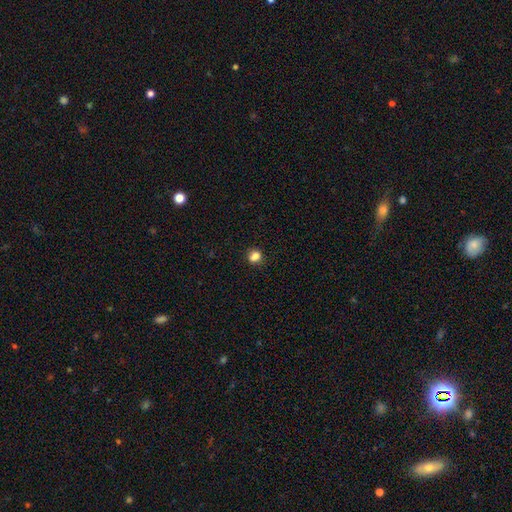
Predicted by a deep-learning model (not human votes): smooth-or-featured: smooth: 78% | star or artifact: 15% | featured or disk: 7%
  how-rounded: round: 68% | in between: 31% | cigar-shaped: 1%
  merging: none: 67% | minor disturbance: 15% | merger: 14% | major disturbance: 4%